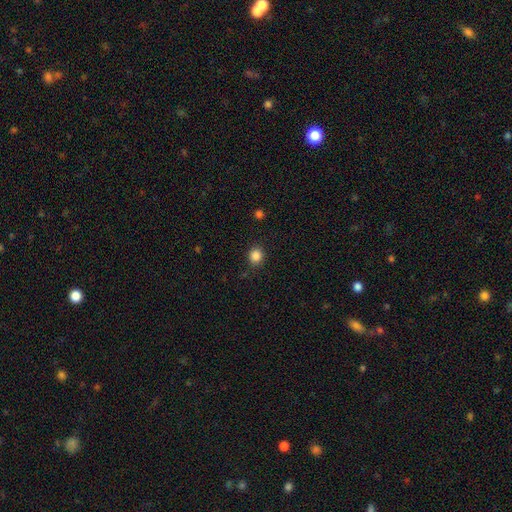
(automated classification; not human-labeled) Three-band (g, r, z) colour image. It shows a smooth galaxy with no disk features (85%) that is round (82%). Merging: none (88%).